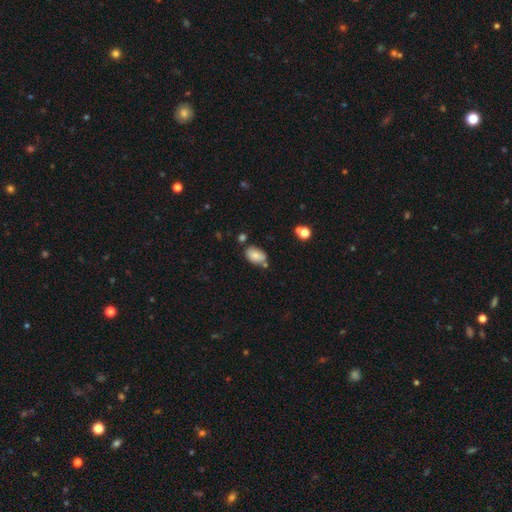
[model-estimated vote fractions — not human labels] Smooth or featured? smooth (82%)
How rounded? in between (89%)
Merging? none (67%)